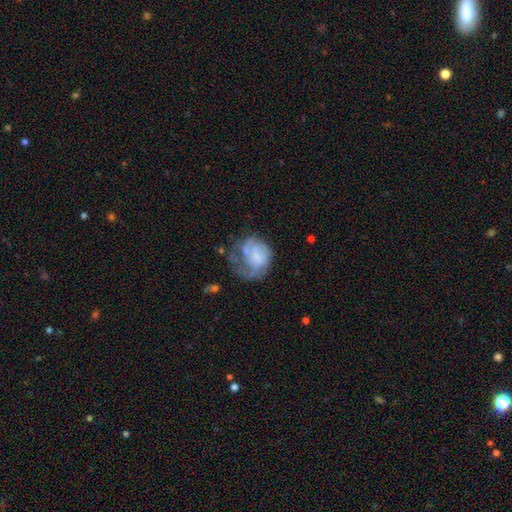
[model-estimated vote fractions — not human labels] This appears to be a featured or disk galaxy (56%) with no bar (72%), spiral arms (55%) and no central bulge (52%). Merging: major disturbance (39%).